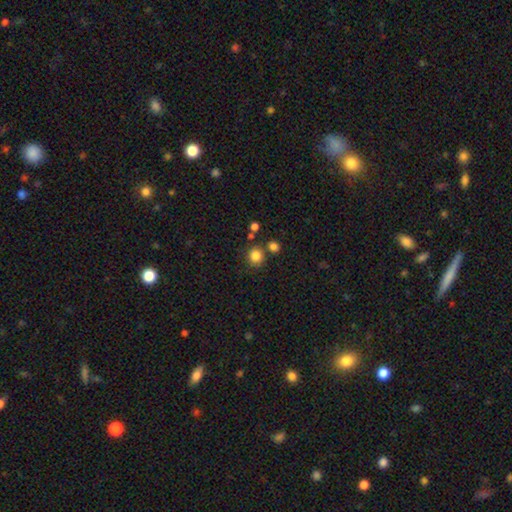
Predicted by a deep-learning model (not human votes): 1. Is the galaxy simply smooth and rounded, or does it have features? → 83% smooth, 12% star or artifact, 5% featured or disk.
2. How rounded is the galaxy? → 87% round, 12% in between, 1% cigar-shaped.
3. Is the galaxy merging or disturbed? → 76% none, 11% merger, 9% minor disturbance, 3% major disturbance.